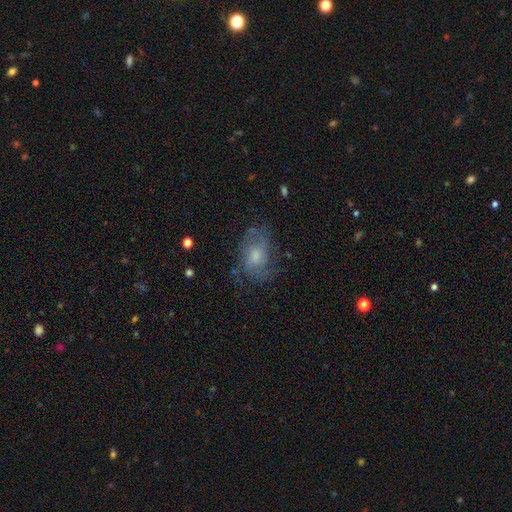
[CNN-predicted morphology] A featured or disk galaxy (64%) with no bar (61%), 2 (37%) medium (46%) spiral arms (83%) and a moderate central bulge (45%). Merging: none (61%).